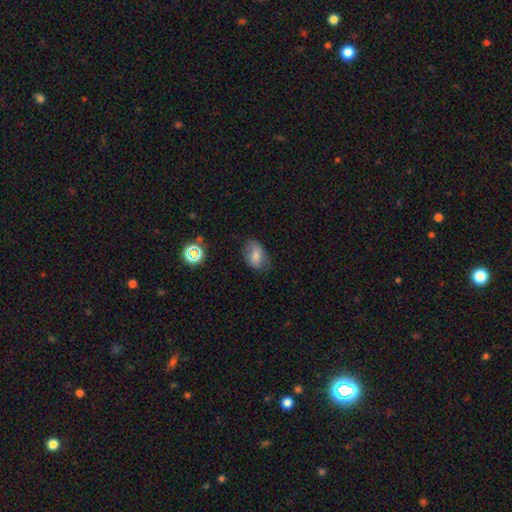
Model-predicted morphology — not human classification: The model was most divided on "merging": none: 66%, minor disturbance: 25%, major disturbance: 7%, merger: 2%. More confident: how rounded — in between (87%); smooth or featured — smooth (75%).